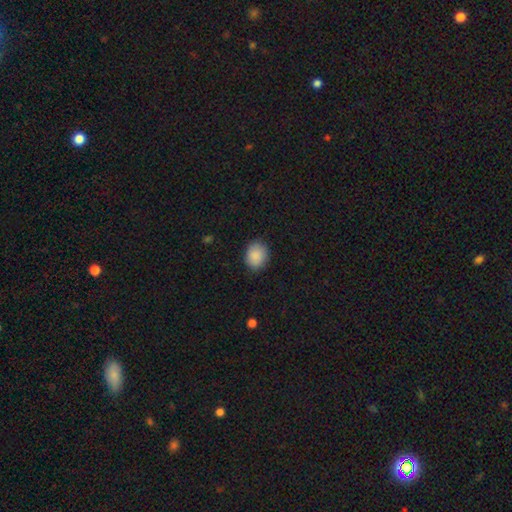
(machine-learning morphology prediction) A smooth galaxy with no disk features (89%) that is round (56%). Merging: none (85%).